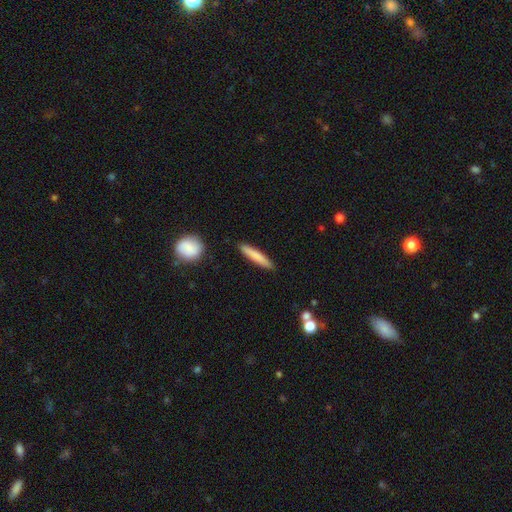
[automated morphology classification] smooth-or-featured: smooth: 78% | featured or disk: 16% | star or artifact: 6%
  how-rounded: cigar-shaped: 91% | in between: 7% | round: 1%
  merging: none: 88% | minor disturbance: 9% | merger: 2% | major disturbance: 2%